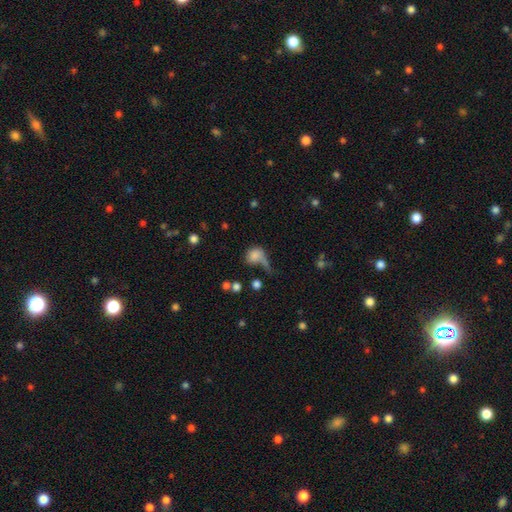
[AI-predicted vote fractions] Smooth or featured? smooth (73%)
How rounded? round (53%)
Merging? major disturbance (35%)